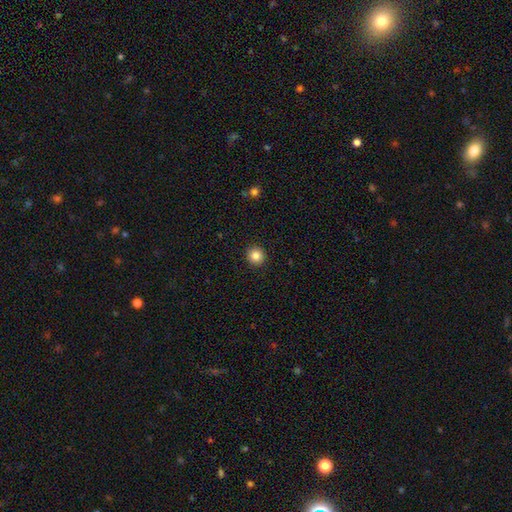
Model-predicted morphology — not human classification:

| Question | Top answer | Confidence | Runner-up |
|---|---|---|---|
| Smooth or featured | smooth | 85% | star or artifact (10%) |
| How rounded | round | 95% | in between (4%) |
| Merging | none | 93% | minor disturbance (4%) |